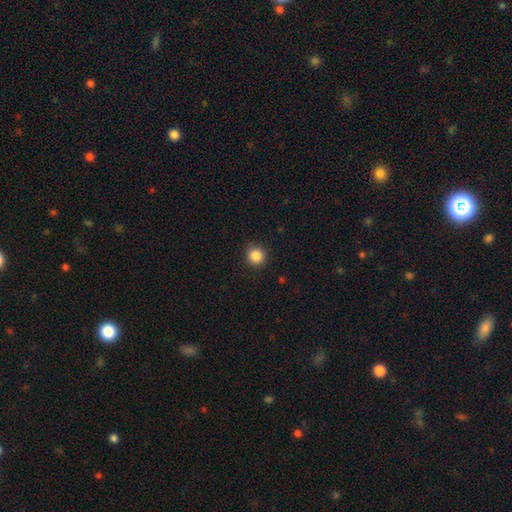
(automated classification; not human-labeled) This is clearly a smooth galaxy (86%). How rounded: clearly round (93%). Merging: clearly none (90%).